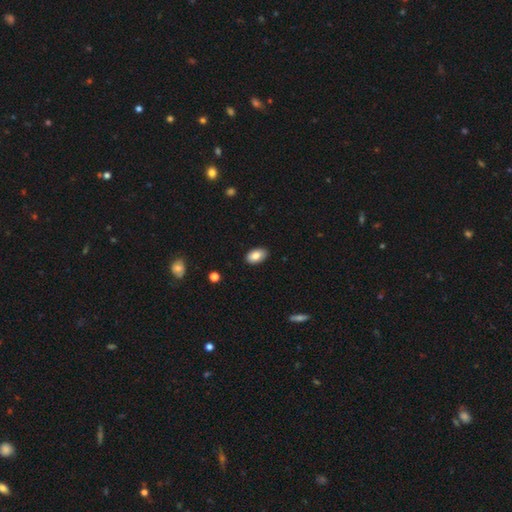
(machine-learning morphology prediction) A smooth galaxy with no disk features (82%) that is in between round and cigar-shaped (92%). Merging: none (88%).